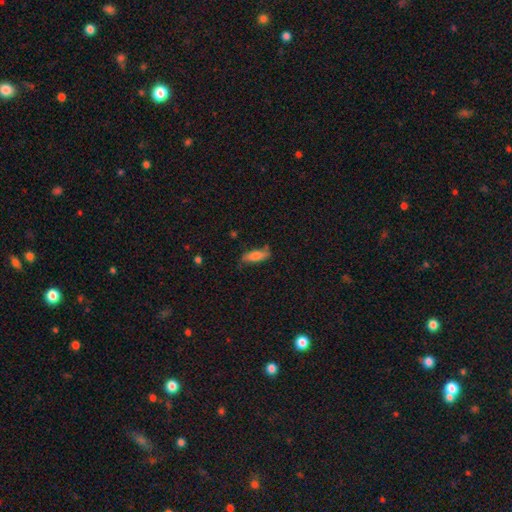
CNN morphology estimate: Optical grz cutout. It shows a smooth galaxy with no disk features (77%) that is in between round and cigar-shaped (62%). Merging: none (68%).